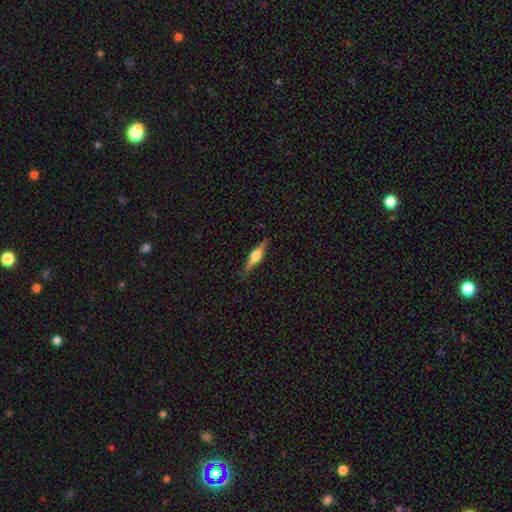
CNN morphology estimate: Overall: featured or disk (72%). Edge-on disk: yes (97%). Edge-on bulge: rounded (89%). Merging: none (86%).